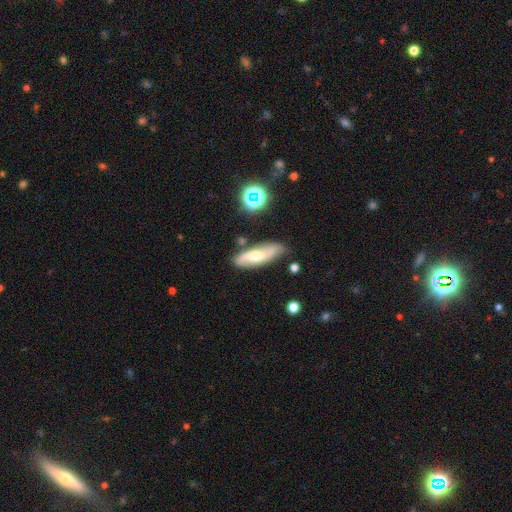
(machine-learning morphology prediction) A featured or disk galaxy (54%). Merging: none (72%).